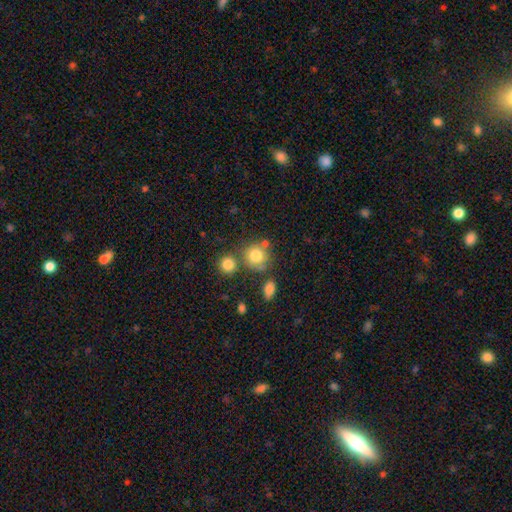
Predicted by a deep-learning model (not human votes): smooth-or-featured: smooth: 78% | star or artifact: 11% | featured or disk: 11%
  how-rounded: round: 85% | in between: 14% | cigar-shaped: 1%
  merging: none: 62% | merger: 21% | minor disturbance: 12% | major disturbance: 5%